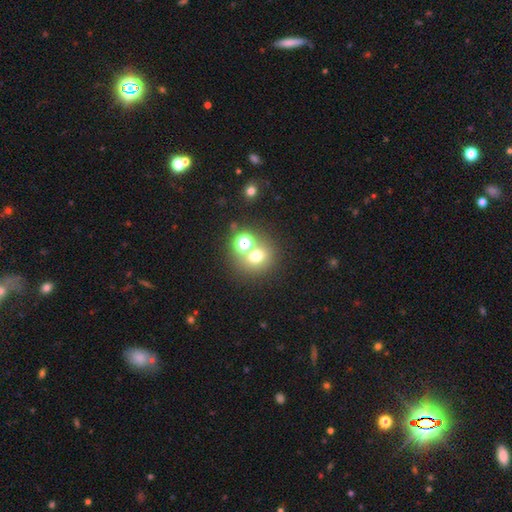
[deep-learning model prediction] This is likely a smooth galaxy (64%). How rounded: likely round (77%). Merging: possibly none (60%).